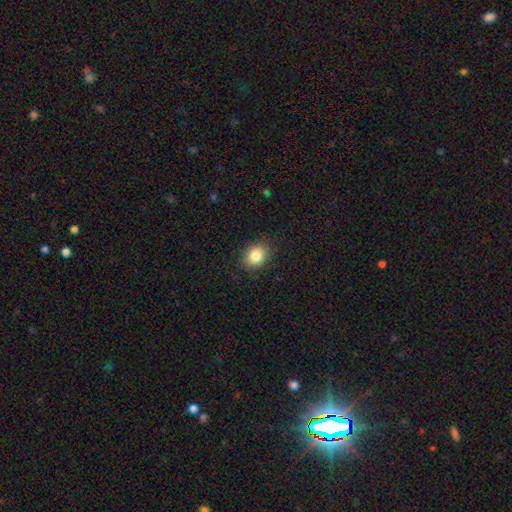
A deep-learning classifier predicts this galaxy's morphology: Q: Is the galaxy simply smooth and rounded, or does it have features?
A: smooth — 84%.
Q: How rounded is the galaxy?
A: in between — 55%.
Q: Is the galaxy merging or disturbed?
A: none — 87%.